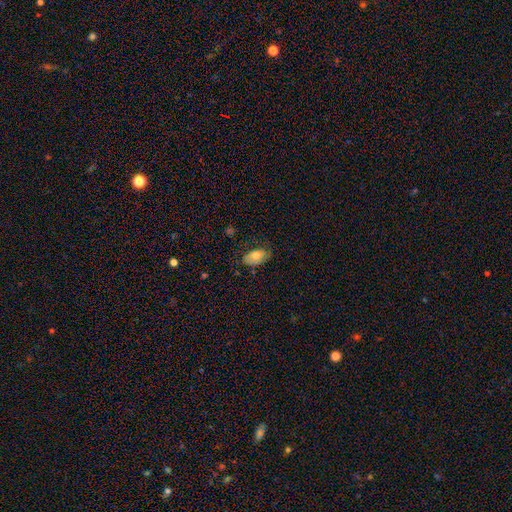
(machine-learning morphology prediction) The model was most divided on "merging": none: 67%, minor disturbance: 25%, major disturbance: 7%, merger: 1%. More confident: how rounded — in between (92%); smooth or featured — smooth (68%).